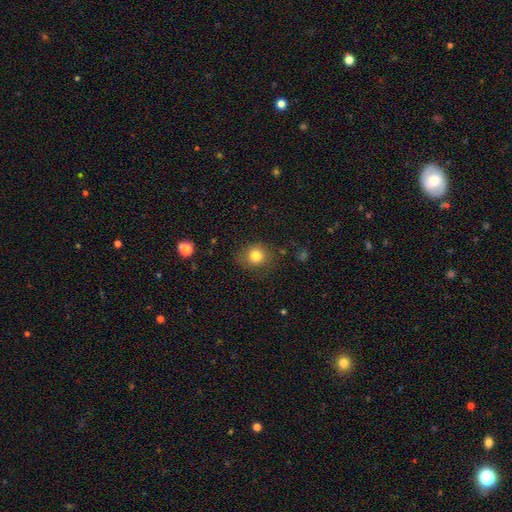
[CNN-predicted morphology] Overall: smooth (81%). How rounded: round (80%). Merging: none (81%).